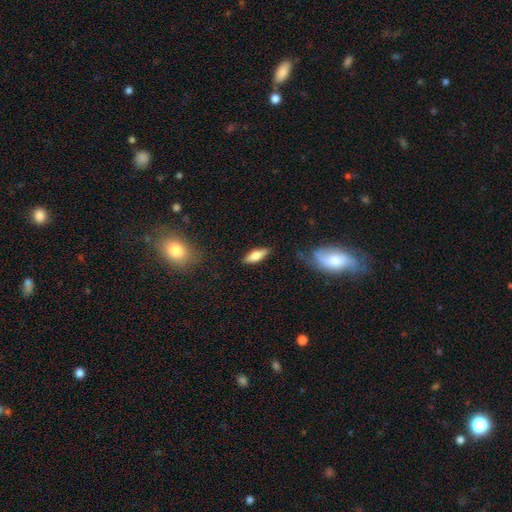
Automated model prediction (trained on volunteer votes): This appears to be a smooth galaxy with no disk features (64%) that is in between round and cigar-shaped (63%). Merging: none (82%).